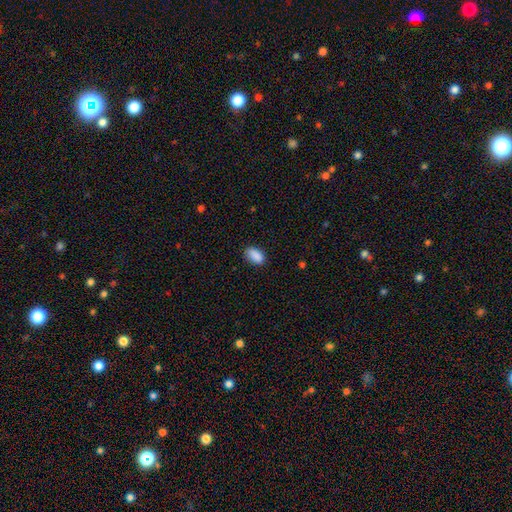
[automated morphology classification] Smooth or featured?
  - smooth: 89% *
  - star or artifact: 8%
  - featured or disk: 3%
How rounded?
  - in between: 92% *
  - round: 6%
  - cigar-shaped: 2%
Merging?
  - none: 82% *
  - minor disturbance: 15%
  - major disturbance: 3%
  - merger: 1%